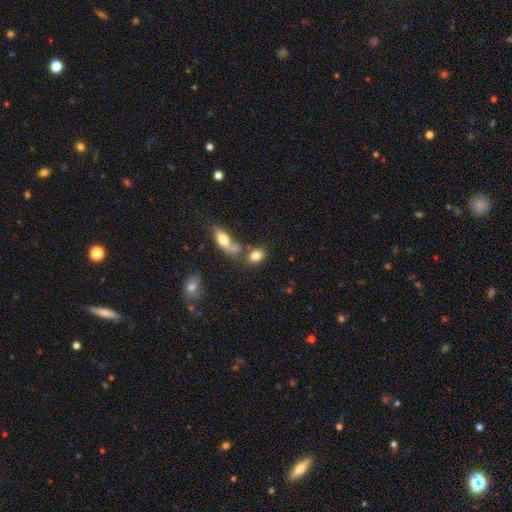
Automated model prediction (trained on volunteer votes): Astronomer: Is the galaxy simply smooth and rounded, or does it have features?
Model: smooth — 80%.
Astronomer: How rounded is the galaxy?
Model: in between — 76%.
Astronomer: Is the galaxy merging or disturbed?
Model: none — 53% (runner-up: merger, 30%).